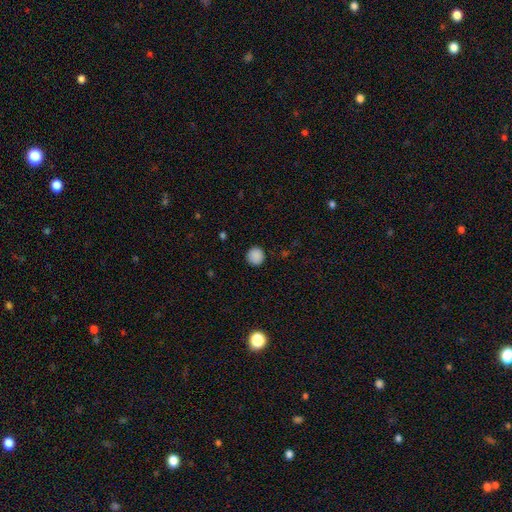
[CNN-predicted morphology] This appears to be a smooth galaxy with no disk features (88%) that is round (94%). Merging: none (90%).